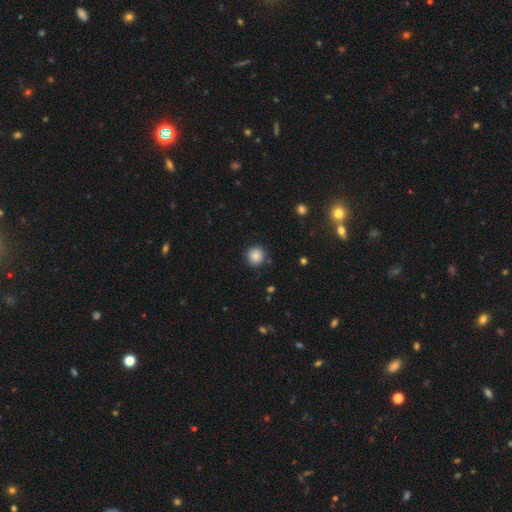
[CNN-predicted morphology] smooth_or_featured: smooth (p=0.86) [alt: star or artifact p=0.10]
how_rounded: round (p=0.93) [alt: in between p=0.06]
merging: none (p=0.88) [alt: minor disturbance p=0.08]